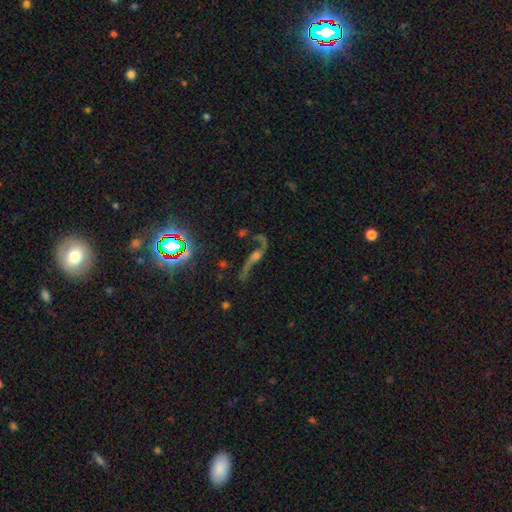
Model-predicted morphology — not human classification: featured or disk 53%, star or artifact 34%, smooth 13%. Down the decision tree: edge-on disk — no (73%); merging — none (62%).